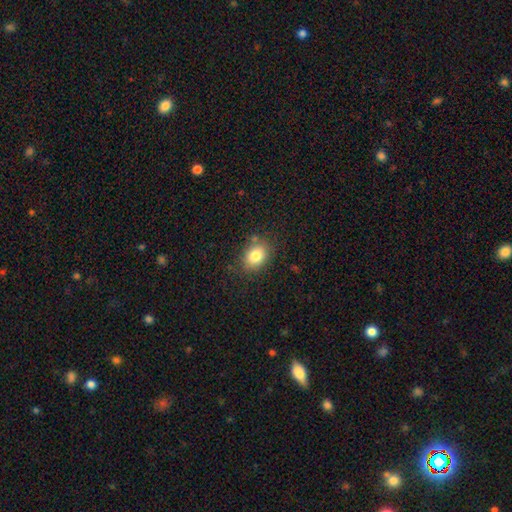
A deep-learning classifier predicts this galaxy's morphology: This is clearly a smooth galaxy (82%). How rounded: likely in between (65%). Merging: likely none (80%).